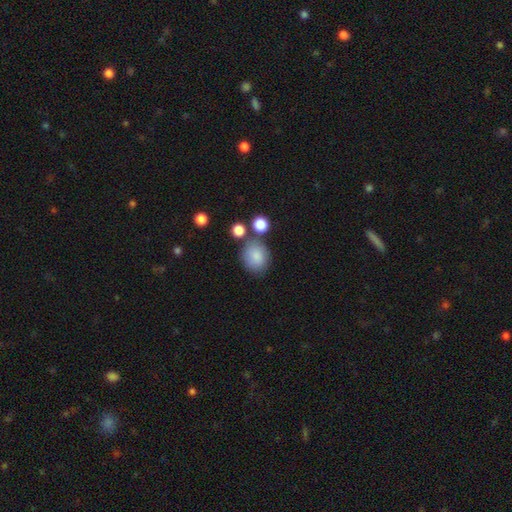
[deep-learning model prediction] Smooth or featured: smooth — 85% (star or artifact — 8%)
How rounded: round — 66% (in between — 32%)
Merging: none — 67% (minor disturbance — 15%)